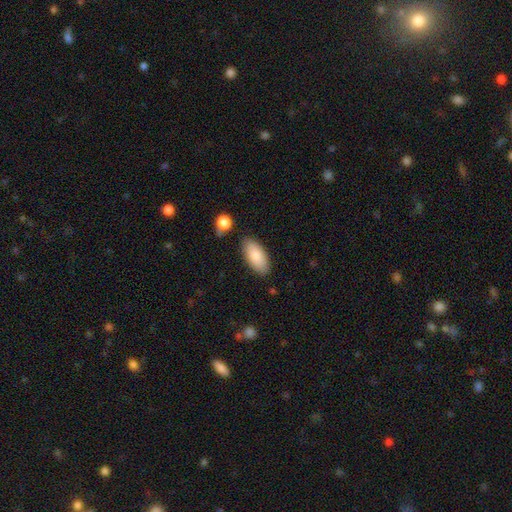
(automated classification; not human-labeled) Smooth or featured? Predicted: smooth (p=0.84). How rounded? Predicted: in between (p=0.91). Merging? Predicted: none (p=0.82).